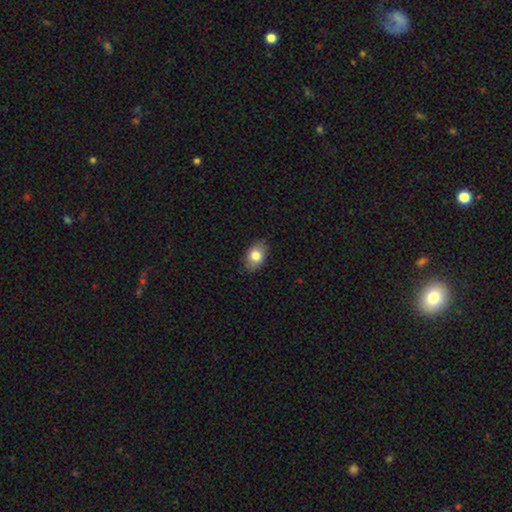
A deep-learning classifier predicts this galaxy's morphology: Smooth or featured? Predicted: smooth (p=0.80). How rounded? Predicted: in between (p=0.83). Merging? Predicted: none (p=0.83).